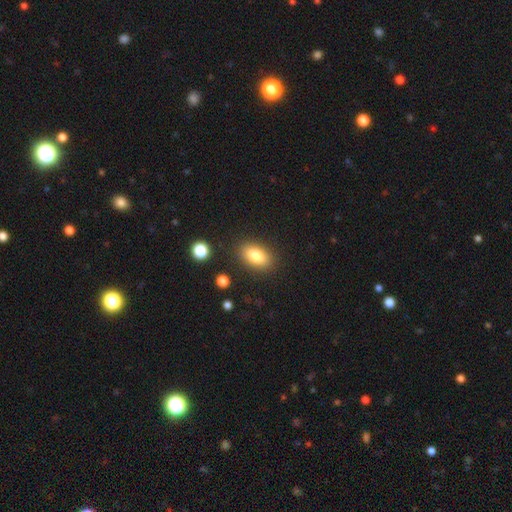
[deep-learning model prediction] This is clearly a smooth galaxy (82%). How rounded: clearly in between (88%). Merging: clearly none (86%).